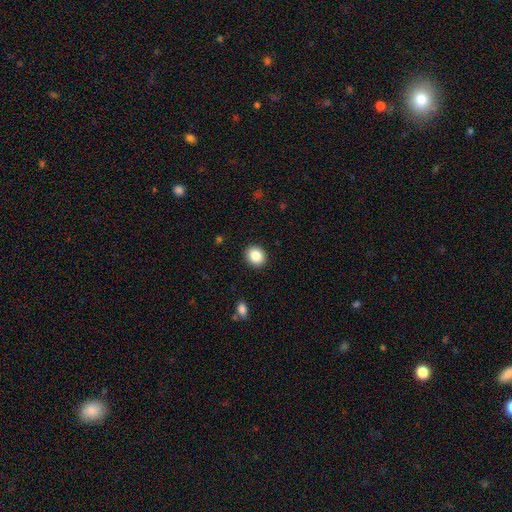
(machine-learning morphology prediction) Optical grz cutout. It shows a smooth galaxy with no disk features (87%) that is round (73%). Merging: none (91%).